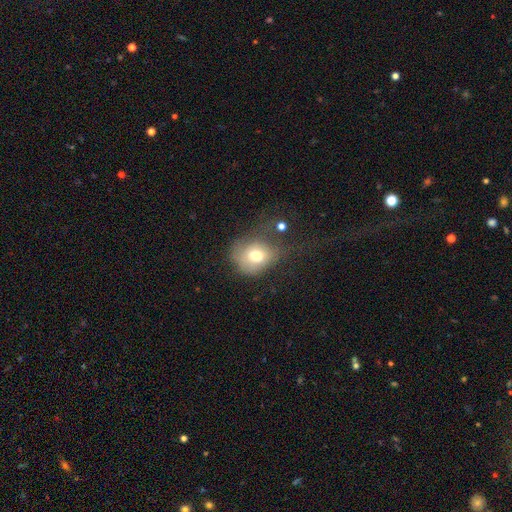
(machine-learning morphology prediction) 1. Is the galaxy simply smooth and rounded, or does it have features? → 71% smooth, 18% featured or disk, 11% star or artifact.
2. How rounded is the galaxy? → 62% round, 37% in between, 1% cigar-shaped.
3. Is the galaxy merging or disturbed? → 36% none, 30% major disturbance, 29% minor disturbance, 5% merger.